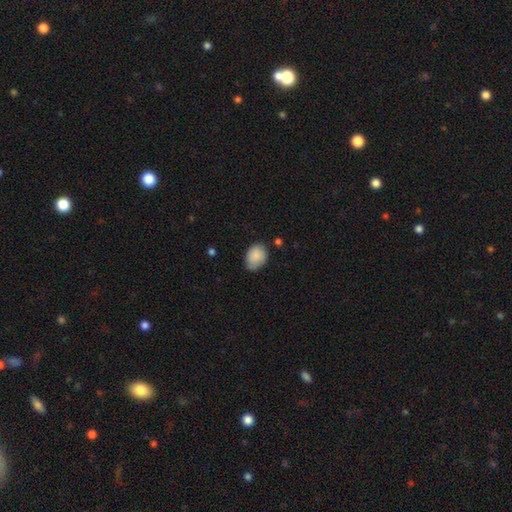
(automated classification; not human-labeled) A smooth galaxy with no disk features (88%) that is in between round and cigar-shaped (67%). Merging: none (66%).